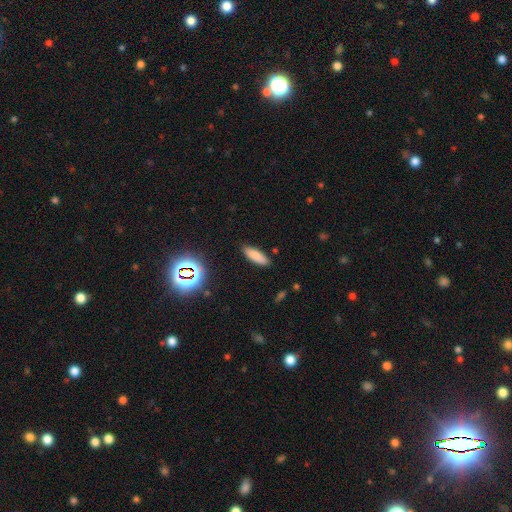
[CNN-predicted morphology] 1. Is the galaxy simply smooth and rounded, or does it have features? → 83% smooth, 10% star or artifact, 7% featured or disk.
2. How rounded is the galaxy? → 51% in between, 47% cigar-shaped, 2% round.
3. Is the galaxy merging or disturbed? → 88% none, 9% minor disturbance, 2% major disturbance, 1% merger.